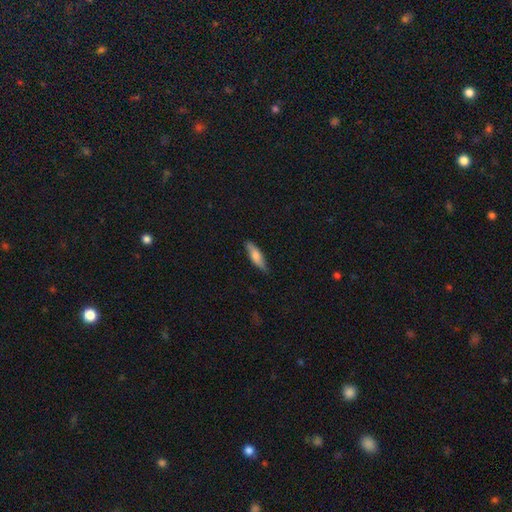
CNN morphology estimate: A smooth galaxy with no disk features (70%) that is cigar-shaped (62%).

Vote fractions:
- Smooth or featured? smooth: 70% / featured or disk: 25% / star or artifact: 6%
- How rounded? cigar-shaped: 62% / in between: 36% / round: 2%
- Merging? none: 84% / minor disturbance: 13% / major disturbance: 2% / merger: 1%